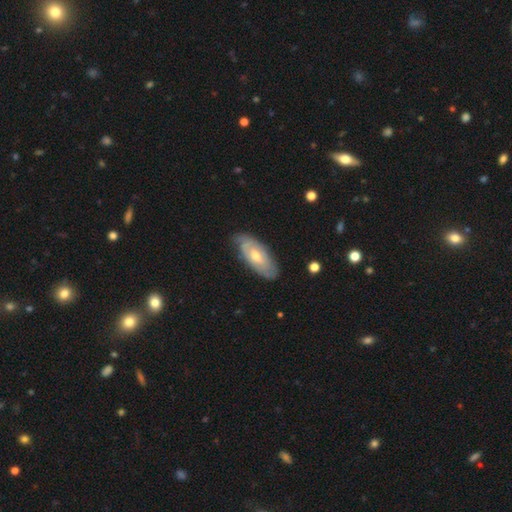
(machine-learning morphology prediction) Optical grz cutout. It shows a featured or disk galaxy (58%). Merging: none (79%).